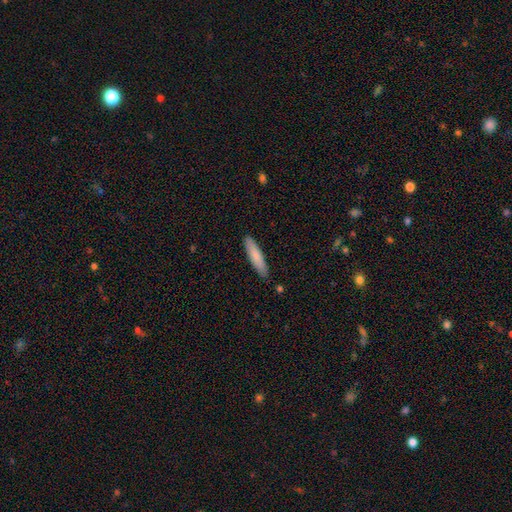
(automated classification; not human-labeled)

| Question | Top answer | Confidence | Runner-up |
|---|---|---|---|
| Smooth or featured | smooth | 81% | featured or disk (14%) |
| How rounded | cigar-shaped | 84% | in between (15%) |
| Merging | none | 88% | minor disturbance (9%) |